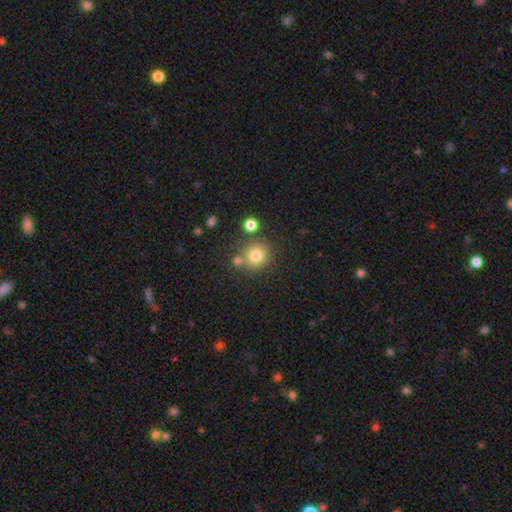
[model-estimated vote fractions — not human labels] Overall: smooth (78%). How rounded: round (87%). Merging: none (72%).